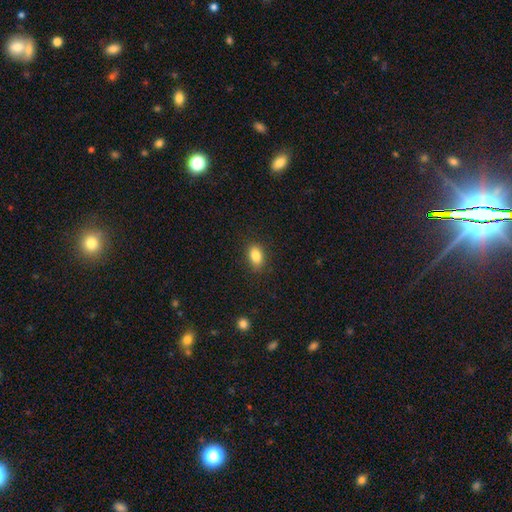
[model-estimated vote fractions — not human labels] Smooth or featured? smooth (84%)
How rounded? in between (83%)
Merging? none (86%)